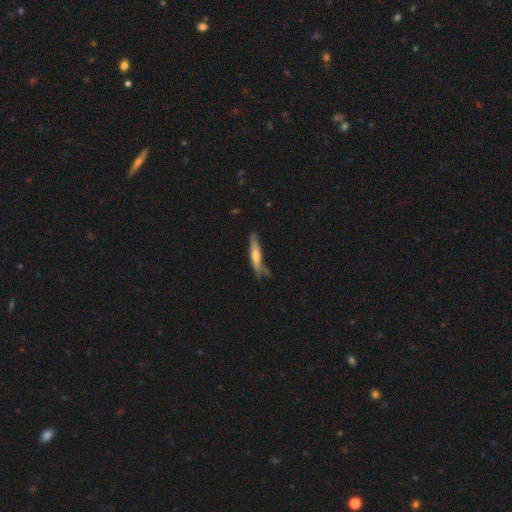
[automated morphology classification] This is possibly a smooth galaxy (47%, tied with featured or disk). Merging: likely none (72%).